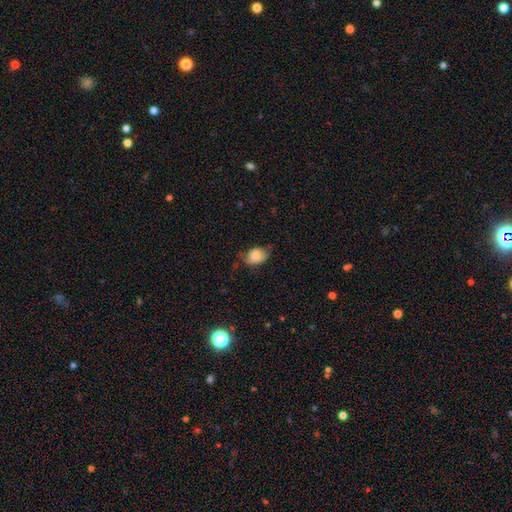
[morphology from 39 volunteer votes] Smooth or featured?
  - smooth: 82% *
  - featured or disk: 10%
  - star or artifact: 8%
How rounded?
  - in between: 78% *
  - round: 22%
  - cigar-shaped: 0%
Merging?
  - none: 72% *
  - minor disturbance: 22%
  - major disturbance: 6%
  - merger: 0%